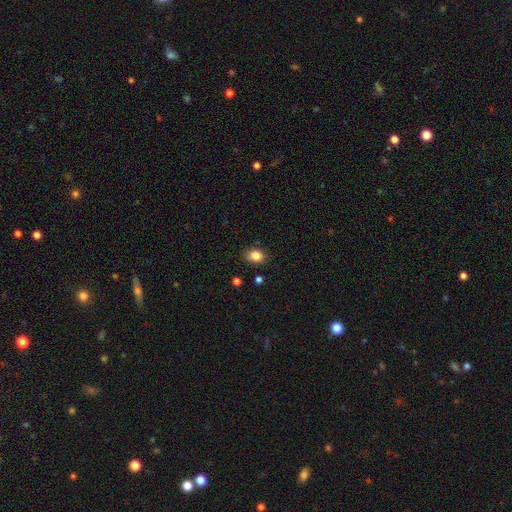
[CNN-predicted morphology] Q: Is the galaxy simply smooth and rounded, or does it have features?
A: smooth — 85%.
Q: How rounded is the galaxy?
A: in between — 65%.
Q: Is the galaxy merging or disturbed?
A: none — 82%.